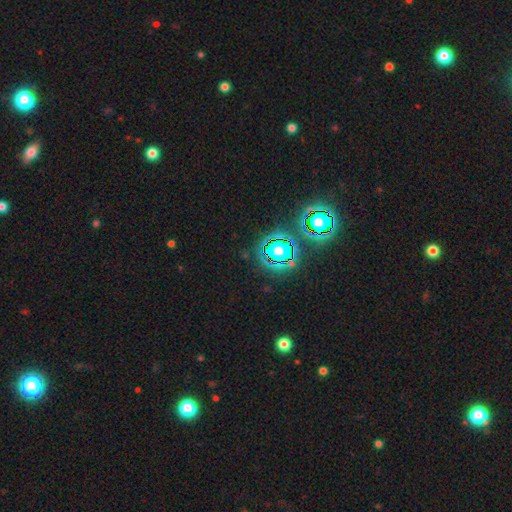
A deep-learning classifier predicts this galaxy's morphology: Smooth or featured? Predicted: star or artifact (p=0.83).